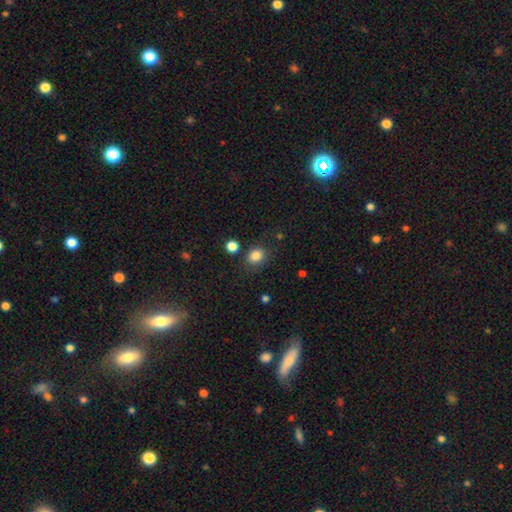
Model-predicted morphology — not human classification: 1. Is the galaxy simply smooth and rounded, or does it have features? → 84% smooth, 11% star or artifact, 5% featured or disk.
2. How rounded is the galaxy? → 63% round, 36% in between, 1% cigar-shaped.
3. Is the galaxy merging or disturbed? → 78% none, 13% minor disturbance, 5% merger, 4% major disturbance.